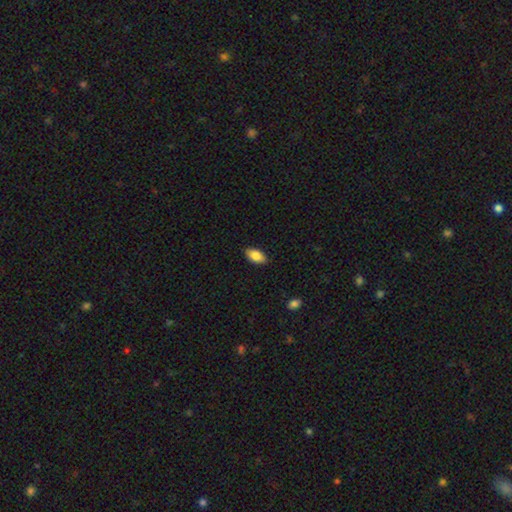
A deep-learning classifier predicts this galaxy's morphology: Smooth or featured? smooth (83%)
How rounded? in between (92%)
Merging? none (86%)